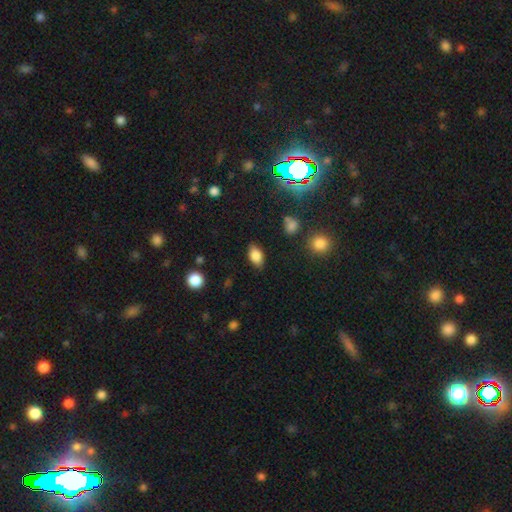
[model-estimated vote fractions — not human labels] A smooth galaxy with no disk features (84%) that is in between round and cigar-shaped (90%).

Vote fractions:
- Smooth or featured? smooth: 84% / star or artifact: 9% / featured or disk: 7%
- How rounded? in between: 90% / round: 7% / cigar-shaped: 3%
- Merging? none: 84% / minor disturbance: 11% / major disturbance: 3% / merger: 1%